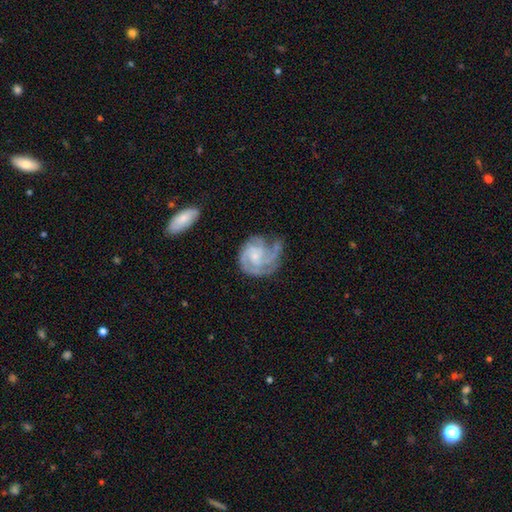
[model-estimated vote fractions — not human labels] This is clearly a featured or disk galaxy (85%). It is clearly not viewed edge-on (98%). Bar: likely no (68%). Spiral arm pattern: clearly yes (96%). Spiral arm count: marginally 3 (42%). Spiral winding: possibly tight (56%). Central bulge: likely small (66%). Merging: possibly none (52%).